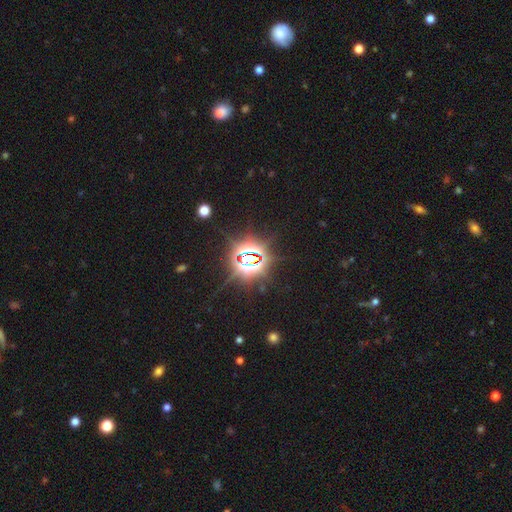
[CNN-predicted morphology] This appears to be a star or artifact, not a galaxy (84%).